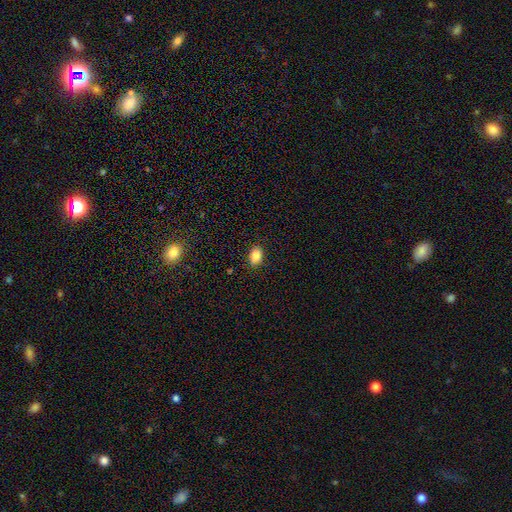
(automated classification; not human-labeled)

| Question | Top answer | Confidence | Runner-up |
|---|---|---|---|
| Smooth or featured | smooth | 82% | star or artifact (9%) |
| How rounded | in between | 81% | round (18%) |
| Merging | none | 86% | minor disturbance (11%) |